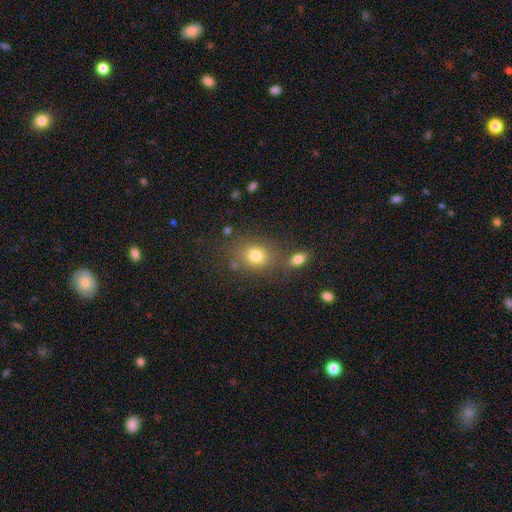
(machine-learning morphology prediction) Overall: smooth (77%). How rounded: round (58%; in between 40%). Merging: none (69%).